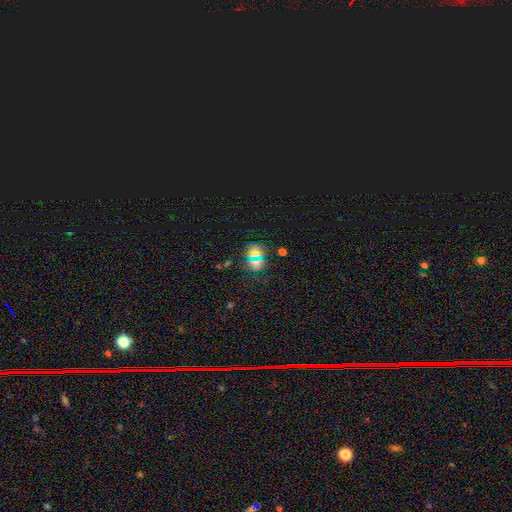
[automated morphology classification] Smooth or featured? star or artifact (56%)